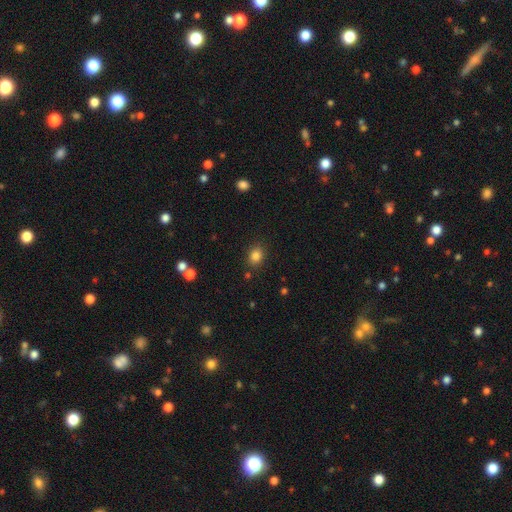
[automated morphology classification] smooth 84%, star or artifact 11%, featured or disk 5%. Down the decision tree: how rounded — in between (52%); merging — none (84%).